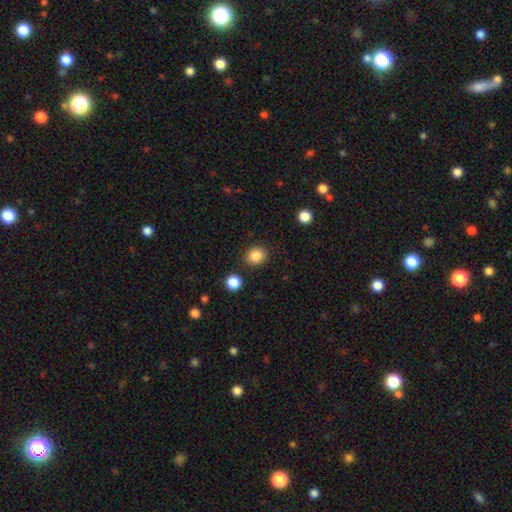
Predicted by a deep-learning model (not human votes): Smooth or featured: smooth — 87% (star or artifact — 10%)
How rounded: round — 69% (in between — 30%)
Merging: none — 87% (minor disturbance — 8%)